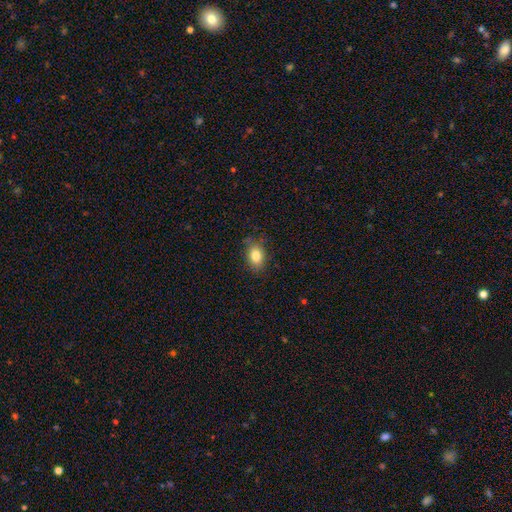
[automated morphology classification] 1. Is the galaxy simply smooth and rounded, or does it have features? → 82% smooth, 10% star or artifact, 9% featured or disk.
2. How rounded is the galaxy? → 75% in between, 24% round, 1% cigar-shaped.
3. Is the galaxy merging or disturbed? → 78% none, 17% minor disturbance, 4% major disturbance, 2% merger.